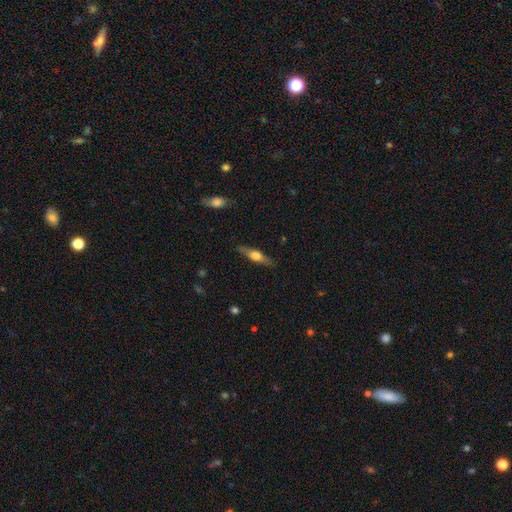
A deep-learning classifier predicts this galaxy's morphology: Overall: featured or disk (49%; smooth 45%). Merging: none (86%).